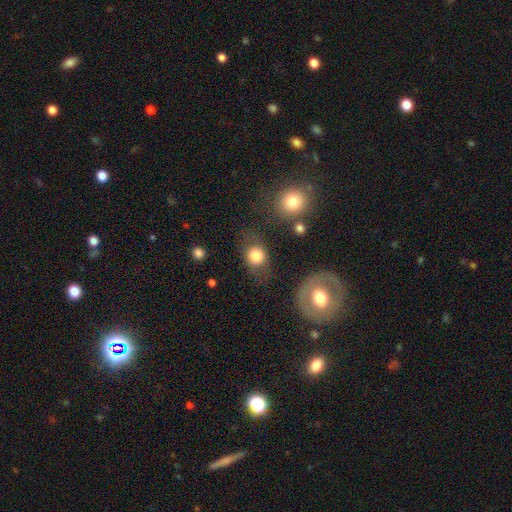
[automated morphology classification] smooth 79%, featured or disk 11%, star or artifact 9%. Down the decision tree: how rounded — round (64%); merging — none (69%).